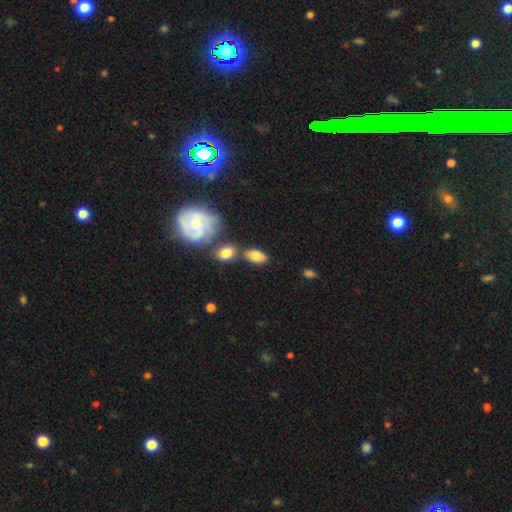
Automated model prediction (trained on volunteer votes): Smooth or featured?
  - smooth: 75% *
  - featured or disk: 17%
  - star or artifact: 7%
How rounded?
  - in between: 89% *
  - round: 8%
  - cigar-shaped: 3%
Merging?
  - none: 64% *
  - minor disturbance: 16%
  - merger: 15%
  - major disturbance: 5%